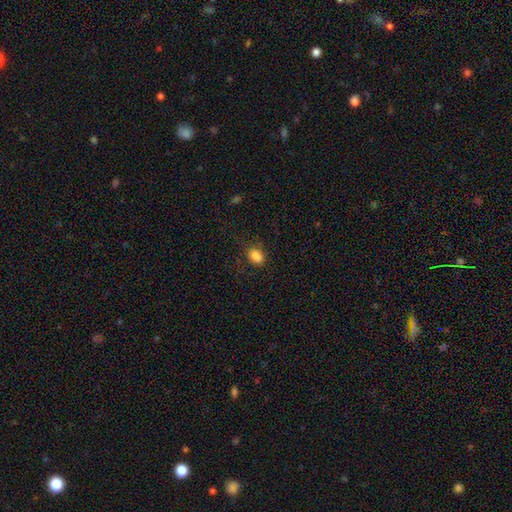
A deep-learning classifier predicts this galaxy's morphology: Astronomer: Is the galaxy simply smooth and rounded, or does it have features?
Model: smooth — 83%.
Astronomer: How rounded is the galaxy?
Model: in between — 69%.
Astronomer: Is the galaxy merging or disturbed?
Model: none — 69%.